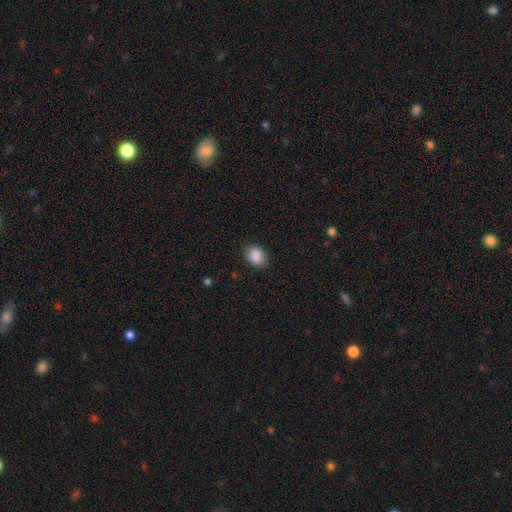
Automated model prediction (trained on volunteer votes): smooth_or_featured: smooth (p=0.89) [alt: star or artifact p=0.08]
how_rounded: in between (p=0.62) [alt: round p=0.37]
merging: none (p=0.83) [alt: minor disturbance p=0.13]